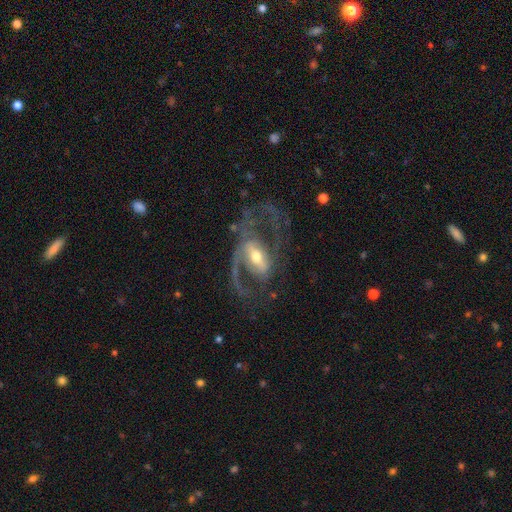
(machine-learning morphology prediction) A featured or disk galaxy (88%) with a strong bar (43%), 2 (74%) medium (50%) spiral arms (91%) and a moderate central bulge (63%). Merging: none (52%).